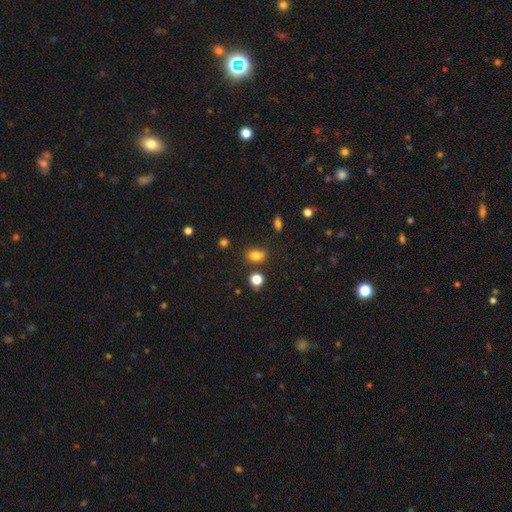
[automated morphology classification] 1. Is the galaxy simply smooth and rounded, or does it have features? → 78% smooth, 14% star or artifact, 9% featured or disk.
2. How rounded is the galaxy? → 65% in between, 33% round, 2% cigar-shaped.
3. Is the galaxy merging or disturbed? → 65% none, 22% minor disturbance, 6% major disturbance, 6% merger.